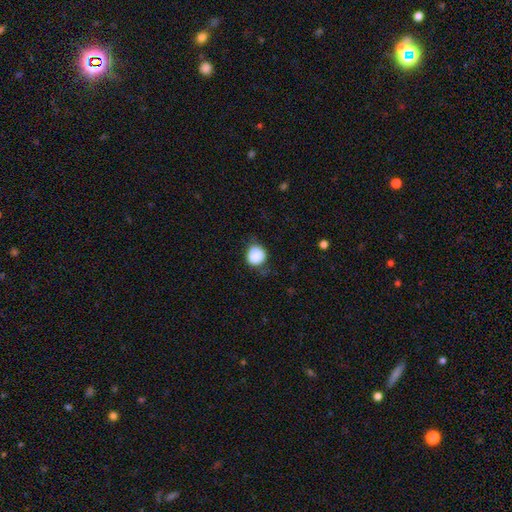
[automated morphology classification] A smooth galaxy with no disk features (86%) that is round (82%).

Vote fractions:
- Smooth or featured? smooth: 86% / star or artifact: 8% / featured or disk: 6%
- How rounded? round: 82% / in between: 17% / cigar-shaped: 1%
- Merging? none: 65% / minor disturbance: 25% / major disturbance: 9% / merger: 2%